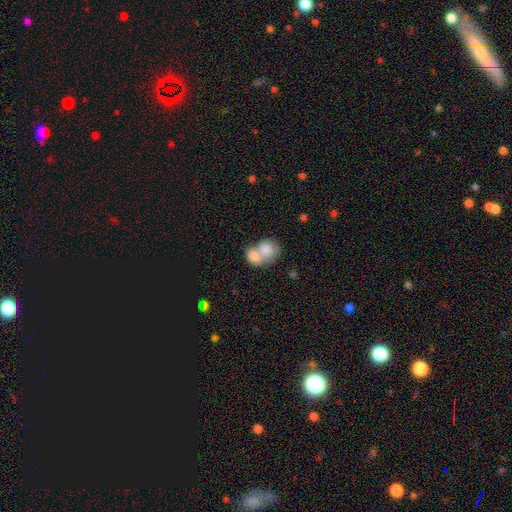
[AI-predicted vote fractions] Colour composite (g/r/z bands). It shows a smooth galaxy with no disk features (78%) that is round (52%). Merging: merger (75%).